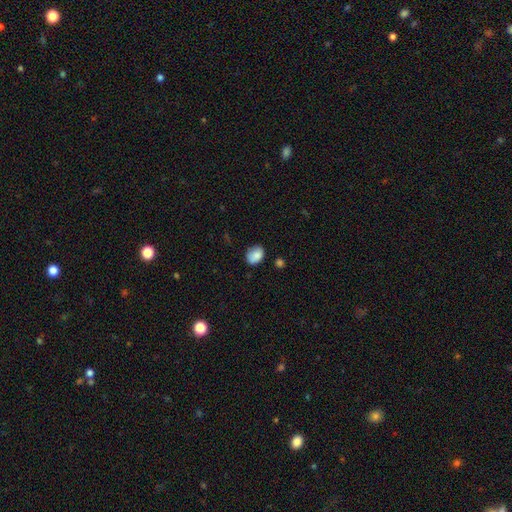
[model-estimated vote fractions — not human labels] Q: Smooth or featured?
A: smooth (85%); runner-up: star or artifact (8%)
Q: How rounded?
A: in between (68%); runner-up: round (31%)
Q: Merging?
A: none (65%); runner-up: minor disturbance (26%)